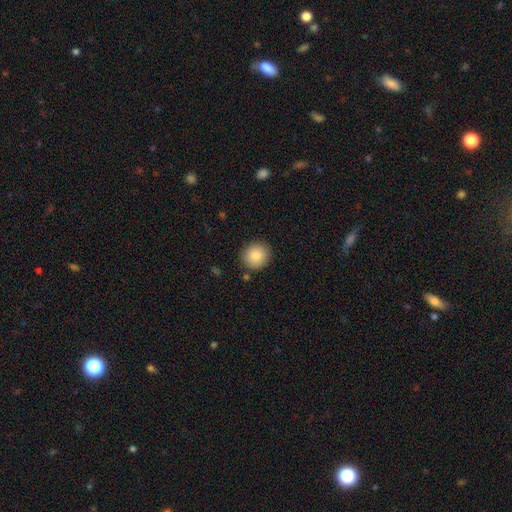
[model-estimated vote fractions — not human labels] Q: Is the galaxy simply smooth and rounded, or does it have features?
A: smooth — 85%.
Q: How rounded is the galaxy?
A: round — 87%.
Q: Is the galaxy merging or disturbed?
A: none — 88%.